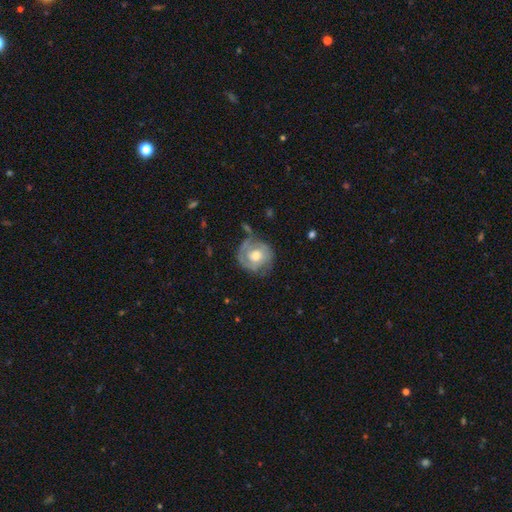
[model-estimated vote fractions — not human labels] Smooth or featured: featured or disk — 68% (smooth — 26%)
Edge-on disk: no — 97% (yes — 3%)
Bar: no — 76% (weak — 20%)
Spiral arms: yes — 80% (no — 20%)
Spiral winding: tight — 60% (medium — 29%)
Spiral arm count: 2 — 53% (can't tell — 23%)
Bulge size: moderate — 63% (large — 24%)
Merging: none — 64% (minor disturbance — 23%)